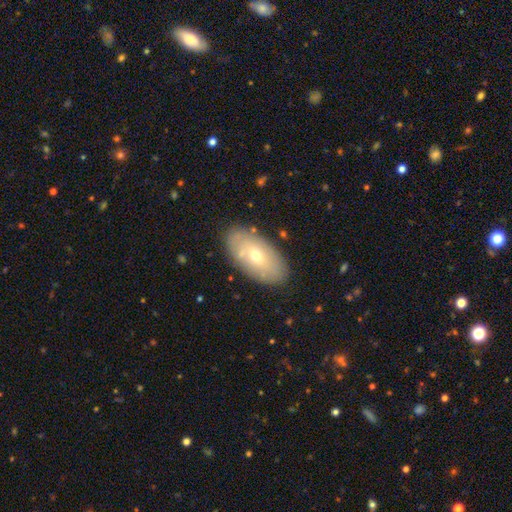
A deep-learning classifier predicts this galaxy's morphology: This is possibly a smooth galaxy (53%). How rounded: clearly in between (93%). Merging: clearly none (84%).